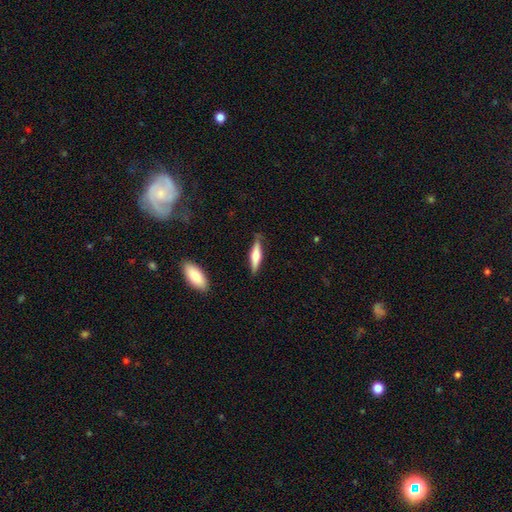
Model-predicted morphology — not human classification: This appears to be a smooth galaxy with no disk features (49%). Merging: none (83%).